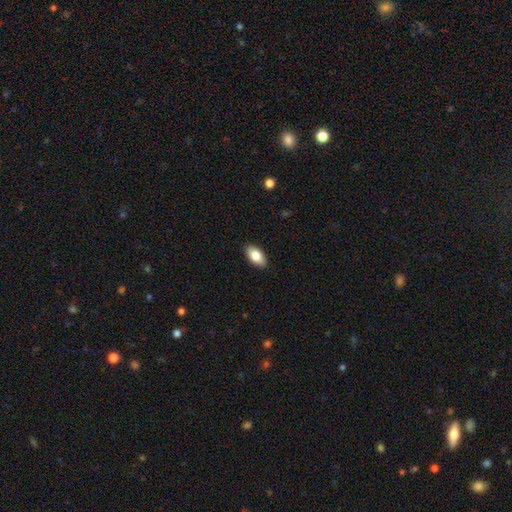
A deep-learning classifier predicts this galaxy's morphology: Smooth or featured? Predicted: smooth (p=0.81). How rounded? Predicted: in between (p=0.94). Merging? Predicted: none (p=0.90).